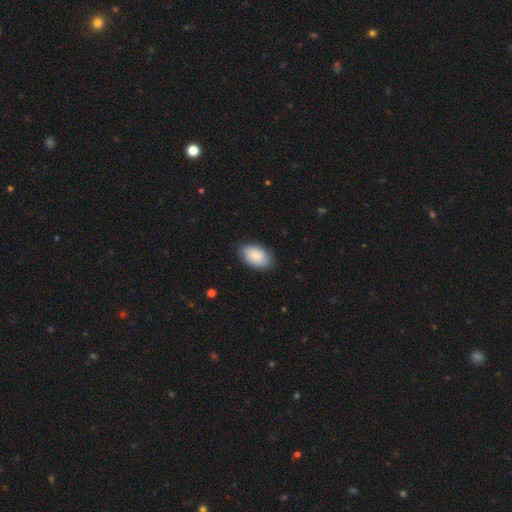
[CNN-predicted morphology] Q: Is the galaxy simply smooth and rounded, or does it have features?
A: smooth — 88%.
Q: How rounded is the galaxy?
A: in between — 92%.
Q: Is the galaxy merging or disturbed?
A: none — 82%.